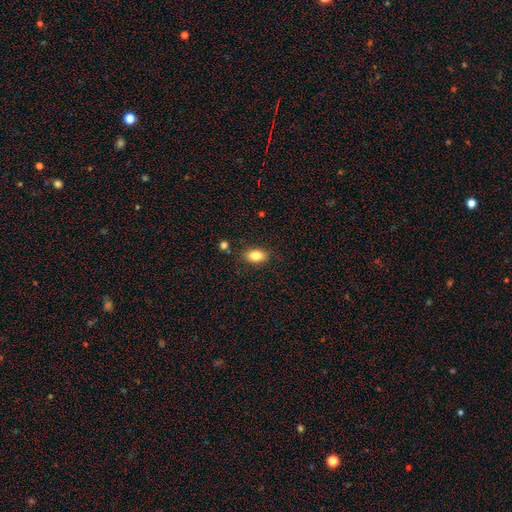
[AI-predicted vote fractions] Smooth or featured: smooth — 82% (featured or disk — 10%)
How rounded: in between — 85% (round — 12%)
Merging: none — 84% (minor disturbance — 11%)